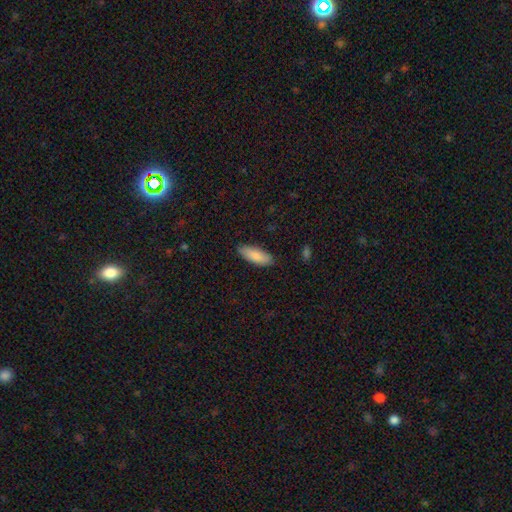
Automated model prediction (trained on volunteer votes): This is clearly a smooth galaxy (87%). How rounded: likely in between (70%). Merging: clearly none (86%).